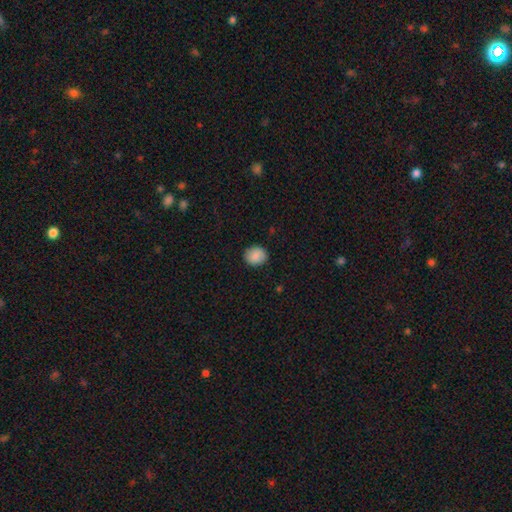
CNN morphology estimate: smooth-or-featured: smooth: 88% | star or artifact: 8% | featured or disk: 5%
  how-rounded: round: 76% | in between: 23% | cigar-shaped: 1%
  merging: none: 89% | minor disturbance: 8% | major disturbance: 2% | merger: 1%